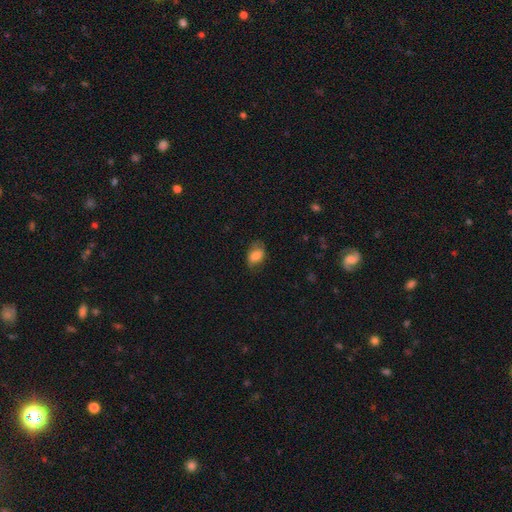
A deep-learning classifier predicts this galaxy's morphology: Overall: smooth (78%). How rounded: in between (83%). Merging: none (68%).